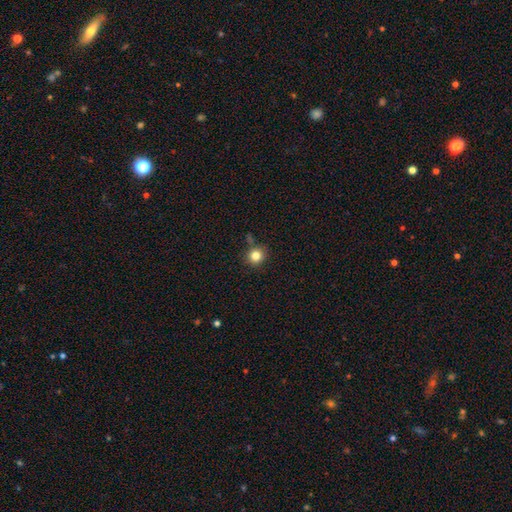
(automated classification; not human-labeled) This is clearly a smooth galaxy (83%). How rounded: clearly round (90%). Merging: clearly none (83%).